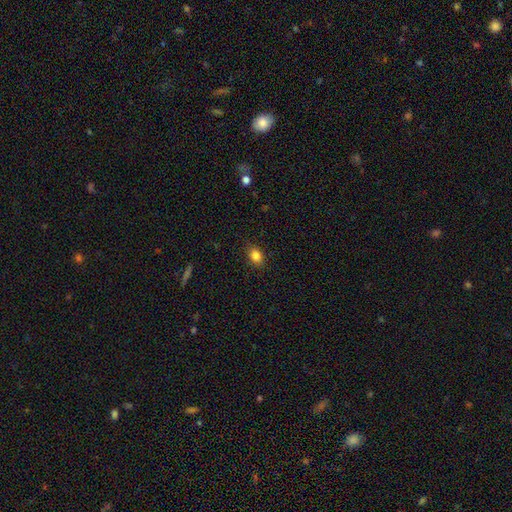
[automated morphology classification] This appears to be a smooth galaxy with no disk features (85%) that is in between round and cigar-shaped (70%). Merging: none (86%).